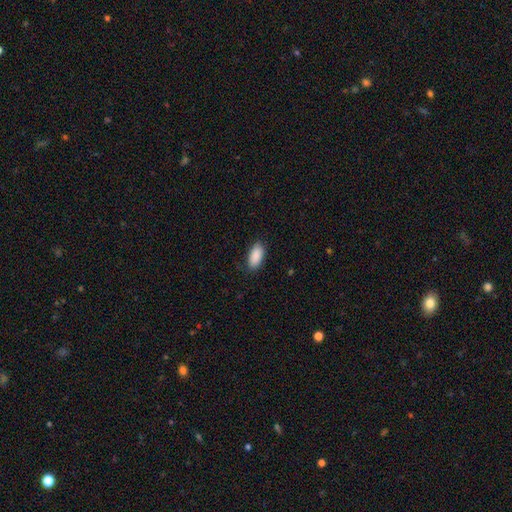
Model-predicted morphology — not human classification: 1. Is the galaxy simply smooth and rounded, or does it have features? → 90% smooth, 6% star or artifact, 3% featured or disk.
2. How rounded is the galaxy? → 92% in between, 6% cigar-shaped, 2% round.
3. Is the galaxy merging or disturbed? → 84% none, 12% minor disturbance, 3% major disturbance, 1% merger.